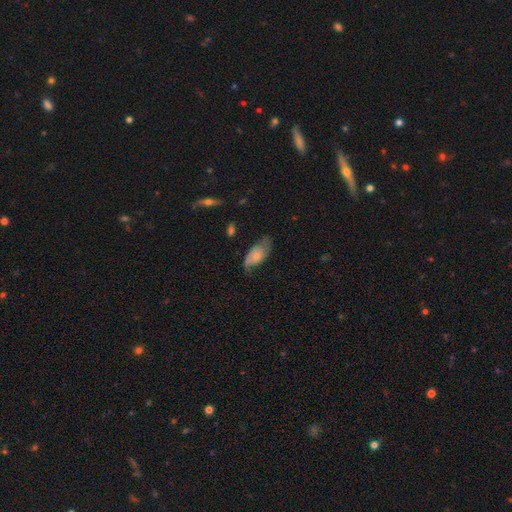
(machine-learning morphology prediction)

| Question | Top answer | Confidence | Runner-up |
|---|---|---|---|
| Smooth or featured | featured or disk | 47% | smooth (46%) |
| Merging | none | 54% | minor disturbance (31%) |